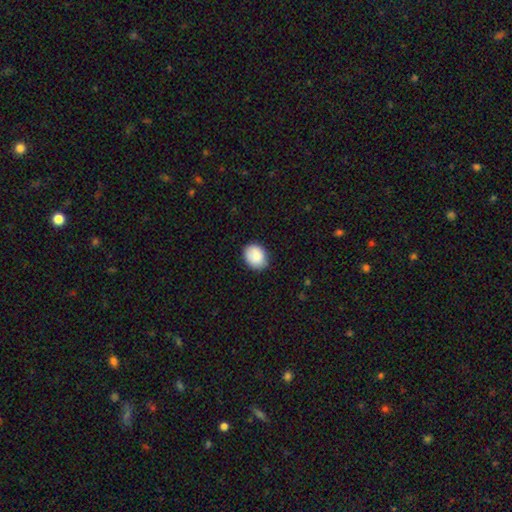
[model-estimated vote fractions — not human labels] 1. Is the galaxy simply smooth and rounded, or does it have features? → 86% smooth, 7% featured or disk, 7% star or artifact.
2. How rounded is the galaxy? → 53% in between, 46% round, 1% cigar-shaped.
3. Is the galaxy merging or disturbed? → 83% none, 14% minor disturbance, 2% major disturbance, 1% merger.